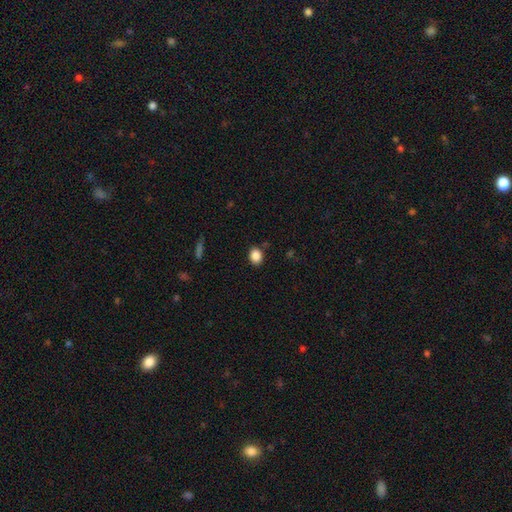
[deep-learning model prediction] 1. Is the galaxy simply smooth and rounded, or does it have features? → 87% smooth, 9% star or artifact, 4% featured or disk.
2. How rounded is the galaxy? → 50% in between, 48% round, 1% cigar-shaped.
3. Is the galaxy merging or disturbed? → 86% none, 9% minor disturbance, 3% major disturbance, 2% merger.